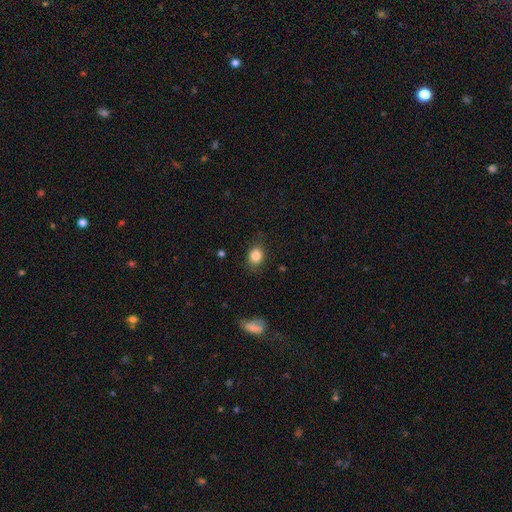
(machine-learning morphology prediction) smooth_or_featured: smooth (p=0.84) [alt: star or artifact p=0.10]
how_rounded: in between (p=0.55) [alt: round p=0.44]
merging: none (p=0.81) [alt: minor disturbance p=0.14]